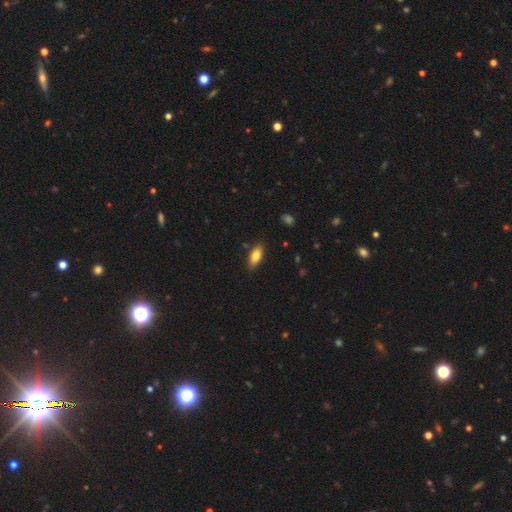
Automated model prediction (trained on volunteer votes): A smooth galaxy with no disk features (82%) that is in between round and cigar-shaped (84%). Merging: none (84%).